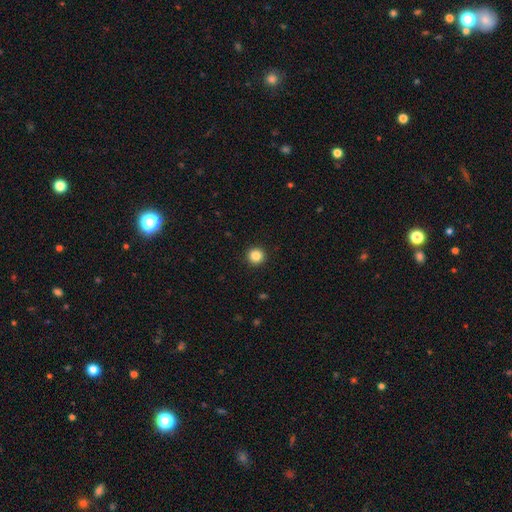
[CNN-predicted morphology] Q: Smooth or featured?
A: smooth (85%); runner-up: star or artifact (11%)
Q: How rounded?
A: round (96%); runner-up: in between (3%)
Q: Merging?
A: none (94%); runner-up: minor disturbance (4%)